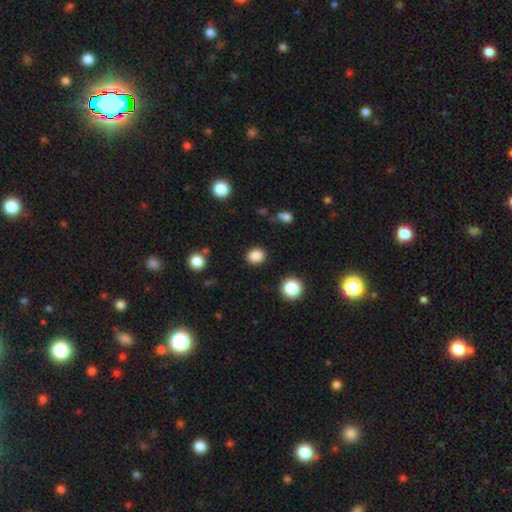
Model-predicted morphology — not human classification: type=smooth (85%); roundness=round (69%); merging=none (88%).